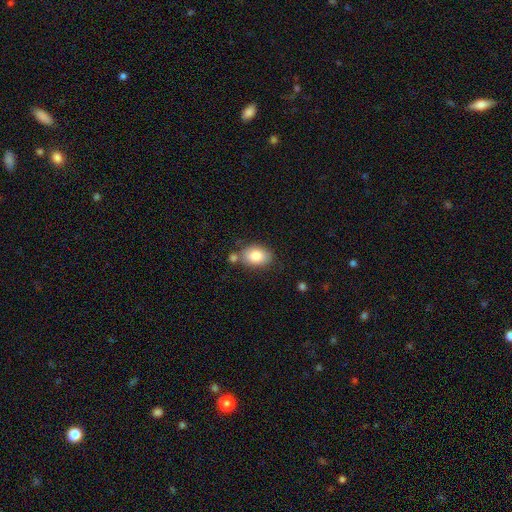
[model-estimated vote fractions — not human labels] Overall: smooth (83%). How rounded: in between (82%). Merging: none (68%).